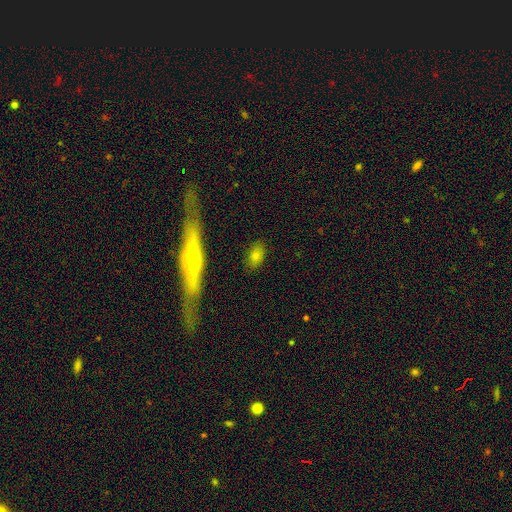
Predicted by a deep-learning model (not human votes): Smooth or featured? Predicted: smooth (p=0.74). How rounded? Predicted: in between (p=0.79). Merging? Predicted: none (p=0.83).